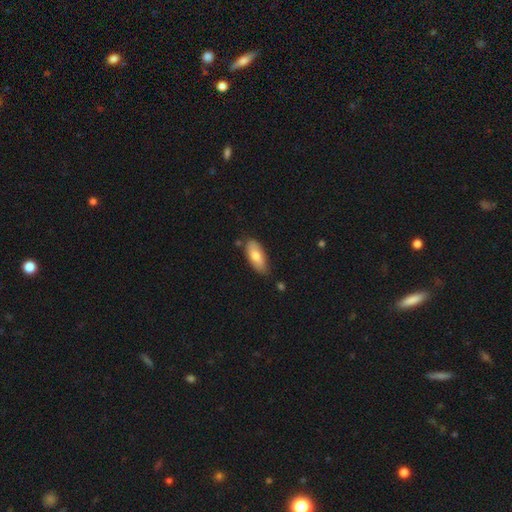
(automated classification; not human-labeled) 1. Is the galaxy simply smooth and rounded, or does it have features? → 76% smooth, 18% featured or disk, 6% star or artifact.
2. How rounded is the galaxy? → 83% in between, 15% cigar-shaped, 2% round.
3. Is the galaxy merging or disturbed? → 73% none, 21% minor disturbance, 4% merger, 3% major disturbance.